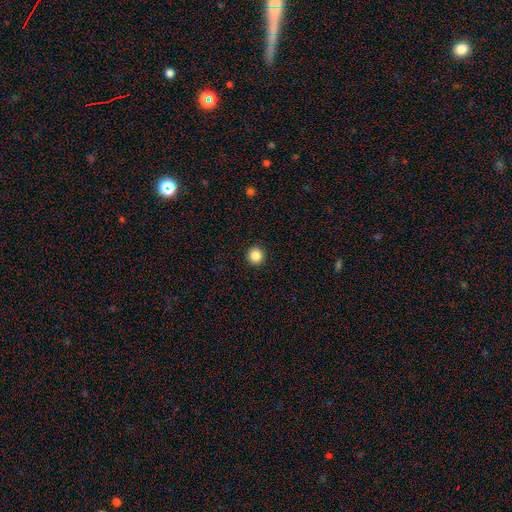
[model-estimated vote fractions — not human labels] This appears to be a smooth galaxy with no disk features (86%) that is round (95%). Merging: none (93%).